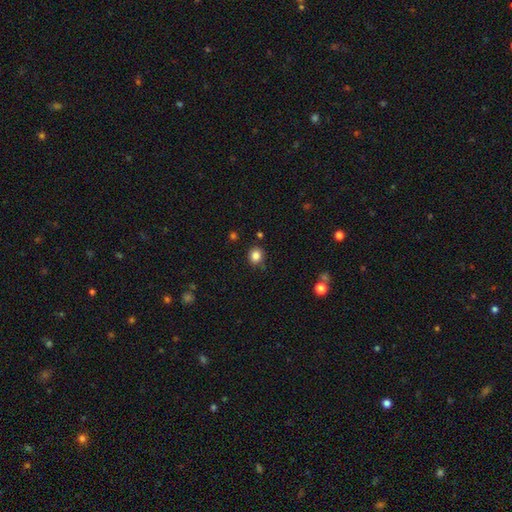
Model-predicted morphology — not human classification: A smooth galaxy with no disk features (84%) that is round (80%). Merging: none (83%).